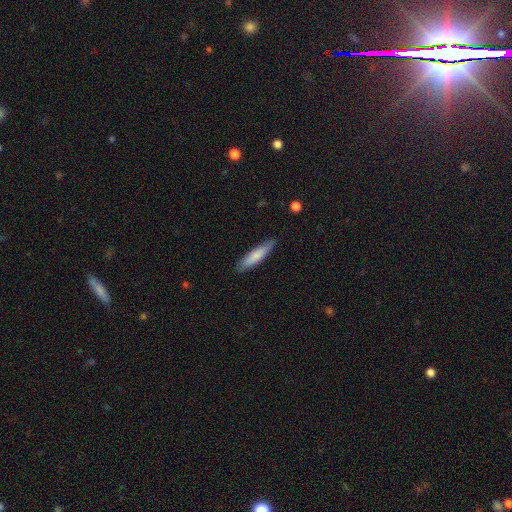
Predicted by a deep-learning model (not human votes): Q: Smooth or featured?
A: smooth (77%); runner-up: featured or disk (18%)
Q: How rounded?
A: cigar-shaped (80%); runner-up: in between (19%)
Q: Merging?
A: none (85%); runner-up: minor disturbance (12%)